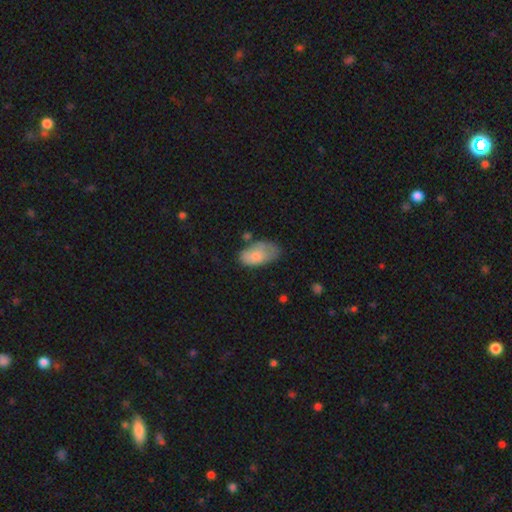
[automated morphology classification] Q: Smooth or featured?
A: smooth (76%); runner-up: featured or disk (18%)
Q: How rounded?
A: in between (94%); runner-up: round (4%)
Q: Merging?
A: none (45%); runner-up: minor disturbance (35%)